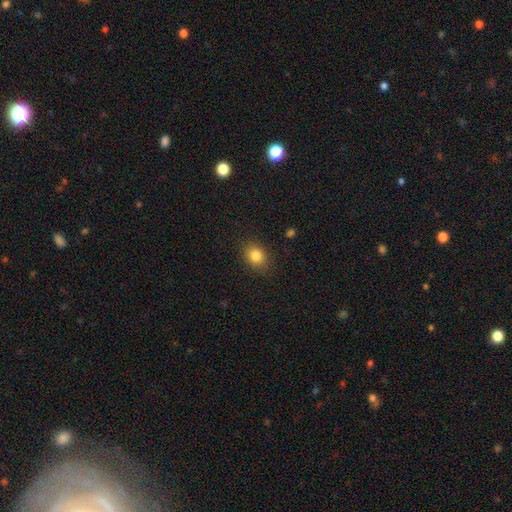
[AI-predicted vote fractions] Morphology: type=smooth (83%); roundness=round (54%); merging=none (87%).